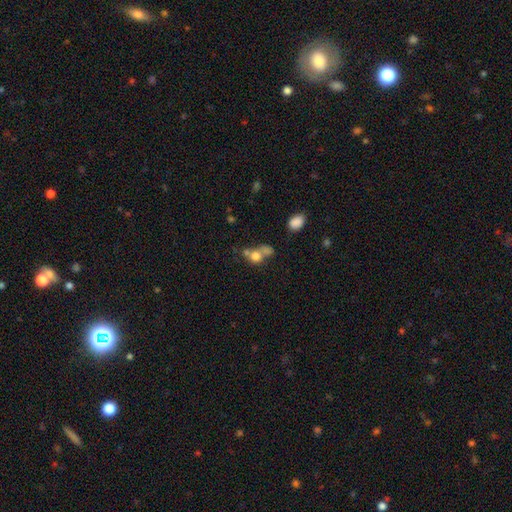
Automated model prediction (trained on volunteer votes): Overall: smooth (70%). How rounded: round (72%). Merging: merger (54%; none 28%).